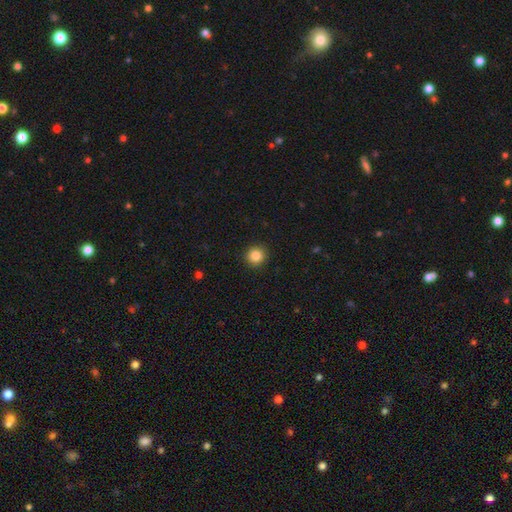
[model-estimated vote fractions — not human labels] Smooth or featured: smooth — 85% (star or artifact — 11%)
How rounded: round — 93% (in between — 6%)
Merging: none — 92% (minor disturbance — 5%)